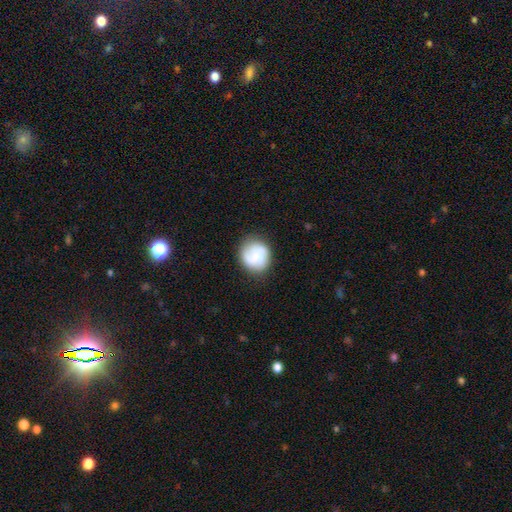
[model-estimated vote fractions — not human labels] Smooth or featured: smooth — 53% (featured or disk — 39%)
How rounded: round — 81% (in between — 18%)
Merging: none — 77% (minor disturbance — 16%)